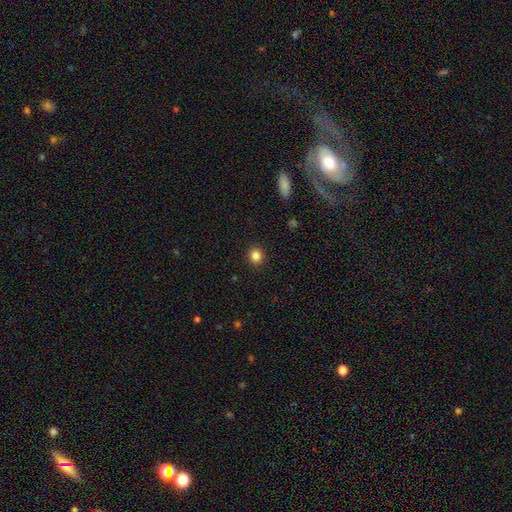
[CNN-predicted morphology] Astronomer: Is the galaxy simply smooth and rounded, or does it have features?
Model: smooth — 85%.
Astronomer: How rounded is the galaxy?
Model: round — 84%.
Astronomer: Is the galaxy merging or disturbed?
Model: none — 91%.